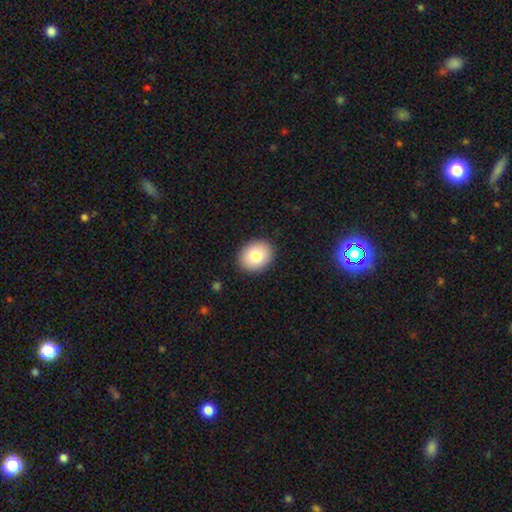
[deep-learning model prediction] Q: Smooth or featured?
A: smooth (80%); runner-up: featured or disk (12%)
Q: How rounded?
A: round (52%); runner-up: in between (47%)
Q: Merging?
A: none (90%); runner-up: minor disturbance (7%)